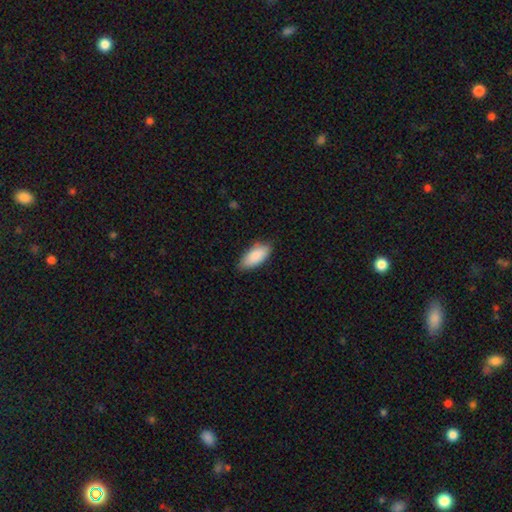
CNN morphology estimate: Overall: smooth (88%). How rounded: in between (88%). Merging: none (76%).